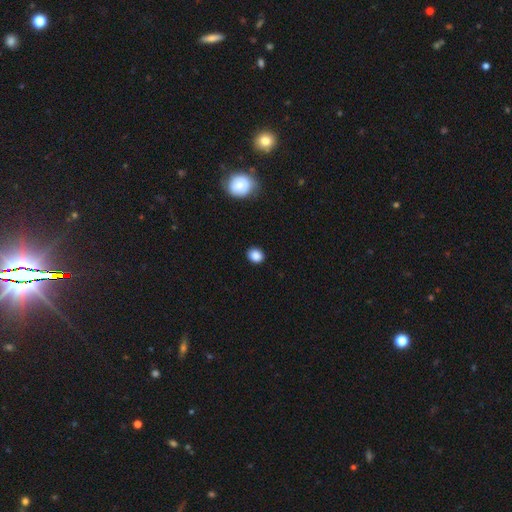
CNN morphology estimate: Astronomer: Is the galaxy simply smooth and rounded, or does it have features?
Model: smooth — 87%.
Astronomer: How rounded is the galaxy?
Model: round — 66%.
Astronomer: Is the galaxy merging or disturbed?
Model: none — 89%.